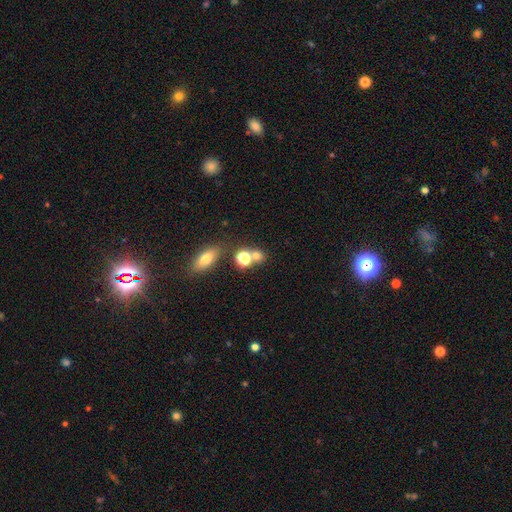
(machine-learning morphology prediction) A smooth galaxy with no disk features (69%) that is round (75%). Merging: none (57%).